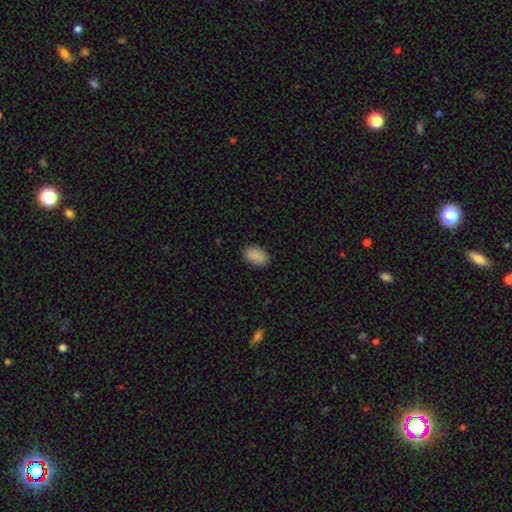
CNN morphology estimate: The model was most divided on "merging": none: 89%, minor disturbance: 8%, major disturbance: 2%, merger: 1%. More confident: how rounded — in between (91%); smooth or featured — smooth (90%).